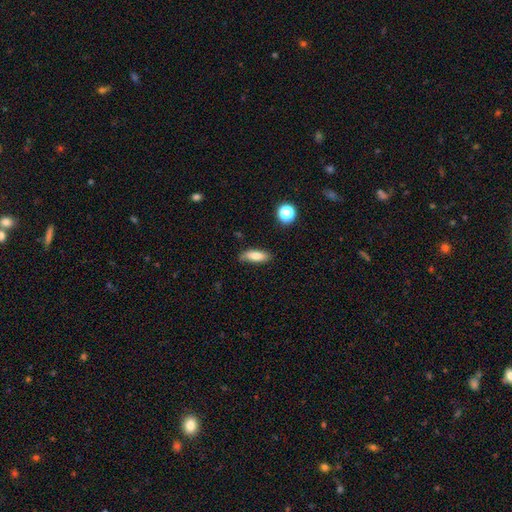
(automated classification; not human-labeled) Smooth or featured? smooth (79%)
How rounded? in between (64%)
Merging? none (76%)